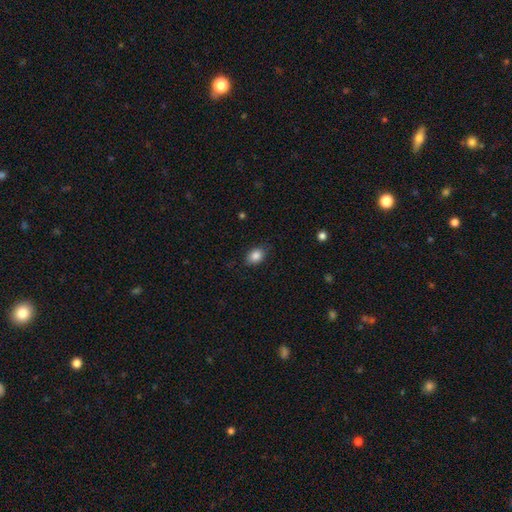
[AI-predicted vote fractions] The model was most divided on "how rounded": in between: 78%, round: 21%, cigar-shaped: 1%. More confident: smooth or featured — smooth (86%); merging — none (81%).